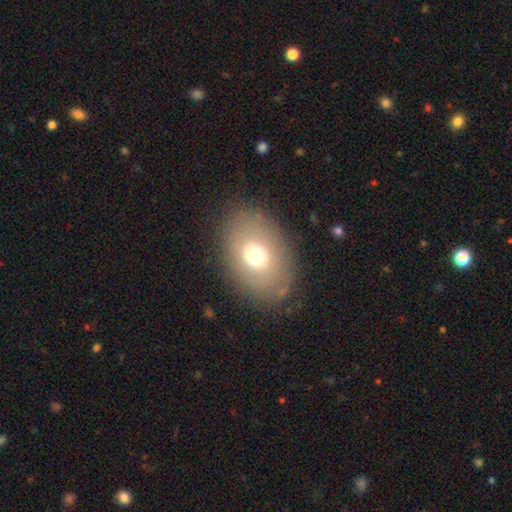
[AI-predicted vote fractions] This is likely a smooth galaxy (66%). How rounded: likely in between (75%). Merging: clearly none (82%).